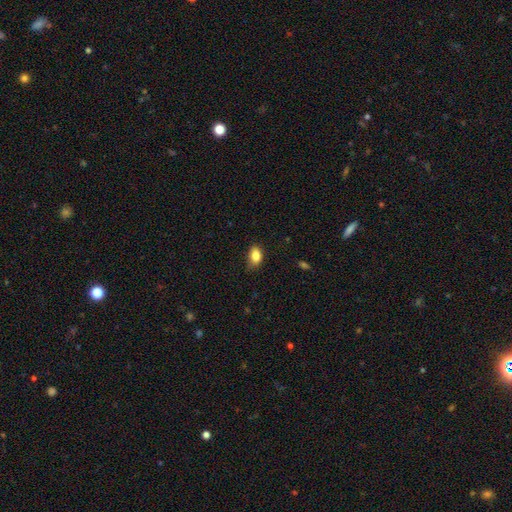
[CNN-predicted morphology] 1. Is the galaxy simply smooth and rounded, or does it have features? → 85% smooth, 9% star or artifact, 7% featured or disk.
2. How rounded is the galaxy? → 83% in between, 16% round, 2% cigar-shaped.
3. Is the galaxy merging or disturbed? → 74% none, 21% minor disturbance, 4% major disturbance, 1% merger.